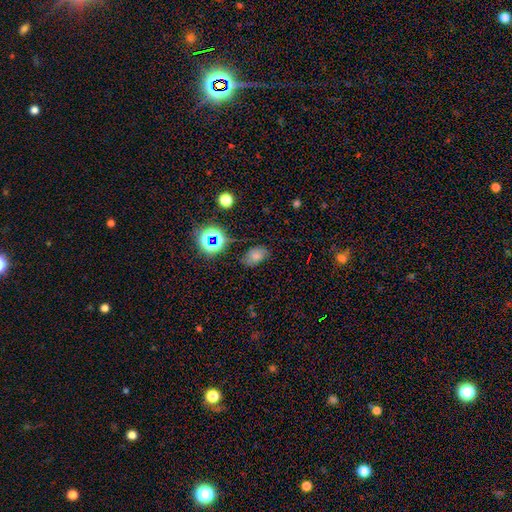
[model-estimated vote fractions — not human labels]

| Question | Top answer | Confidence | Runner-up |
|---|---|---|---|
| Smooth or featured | smooth | 61% | star or artifact (24%) |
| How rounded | in between | 83% | round (16%) |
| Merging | none | 66% | minor disturbance (23%) |